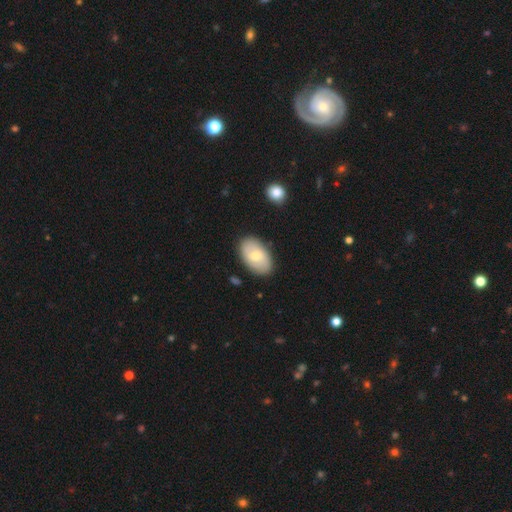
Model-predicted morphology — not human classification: Smooth or featured? smooth (59%)
How rounded? in between (92%)
Merging? none (85%)